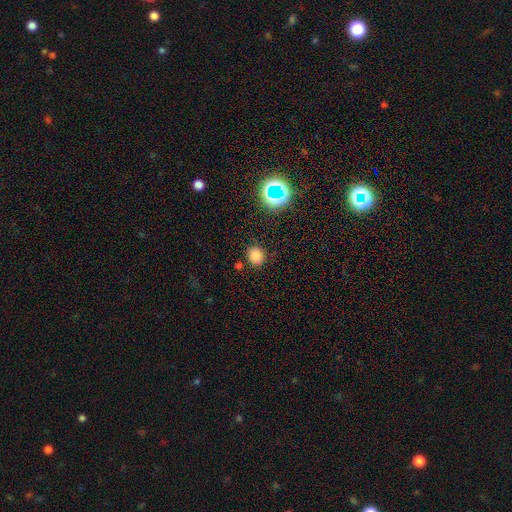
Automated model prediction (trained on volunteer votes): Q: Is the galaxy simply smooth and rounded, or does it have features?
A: smooth — 77%.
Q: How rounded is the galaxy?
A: round — 80%.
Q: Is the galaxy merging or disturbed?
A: none — 84%.